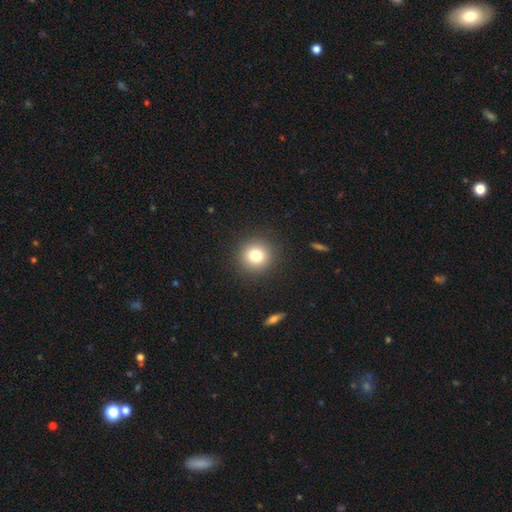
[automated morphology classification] smooth_or_featured: smooth (p=0.79) [alt: star or artifact p=0.12]
how_rounded: round (p=0.93) [alt: in between p=0.06]
merging: none (p=0.91) [alt: minor disturbance p=0.06]